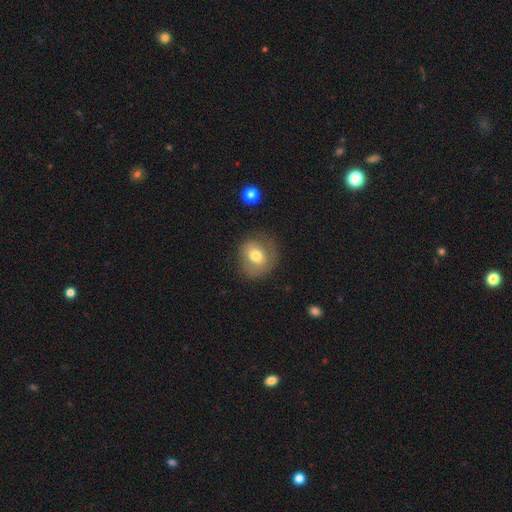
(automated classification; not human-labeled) Morphology: type=smooth (68%); roundness=round (75%); merging=none (72%).